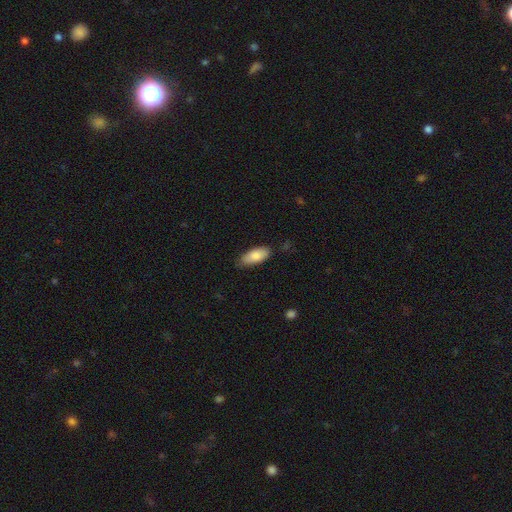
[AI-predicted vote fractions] Overall: smooth (84%). How rounded: in between (82%). Merging: none (79%).